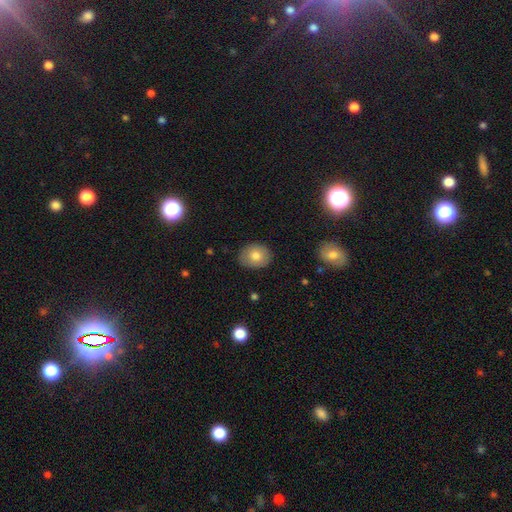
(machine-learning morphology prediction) Overall: smooth (78%). How rounded: round (52%; in between 47%). Merging: none (86%).